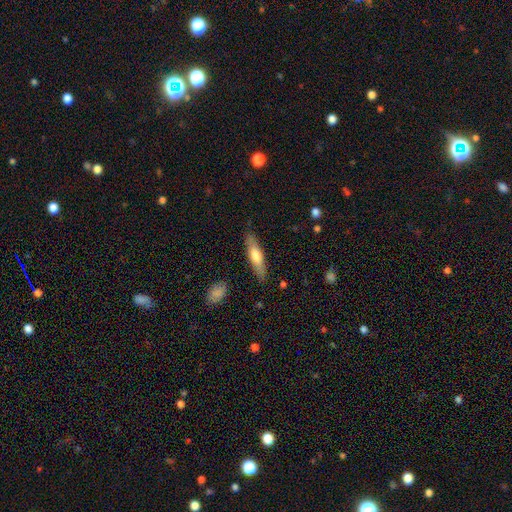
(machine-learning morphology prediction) This appears to be a smooth galaxy with no disk features (58%) that is cigar-shaped (72%). Merging: none (86%).